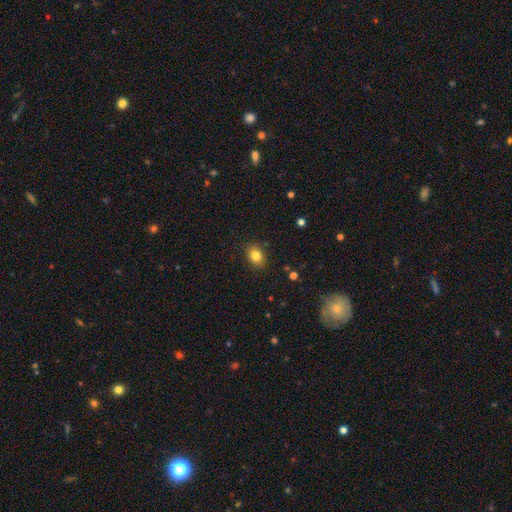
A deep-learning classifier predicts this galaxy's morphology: A smooth galaxy with no disk features (82%) that is in between round and cigar-shaped (64%).

Vote fractions:
- Smooth or featured? smooth: 82% / star or artifact: 10% / featured or disk: 7%
- How rounded? in between: 64% / round: 35% / cigar-shaped: 1%
- Merging? none: 87% / minor disturbance: 10% / major disturbance: 2% / merger: 1%